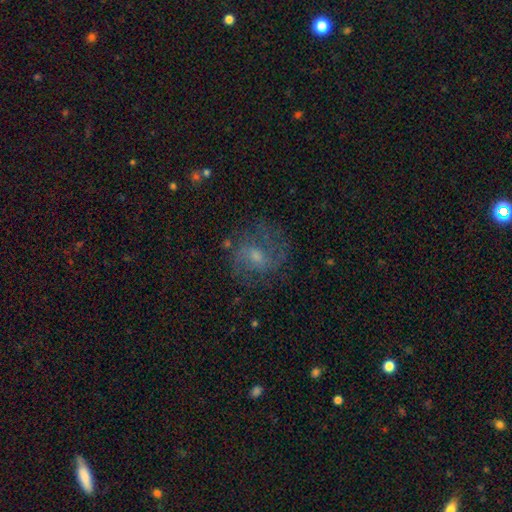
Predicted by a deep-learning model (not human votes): featured or disk 62%, star or artifact 19%, smooth 19%. Down the decision tree: edge-on disk — no (97%); bar — weak (50%); spiral arms — yes (87%); spiral arm count — 2 (61%); spiral winding — medium (49%); bulge size — small (45%); merging — none (75%).